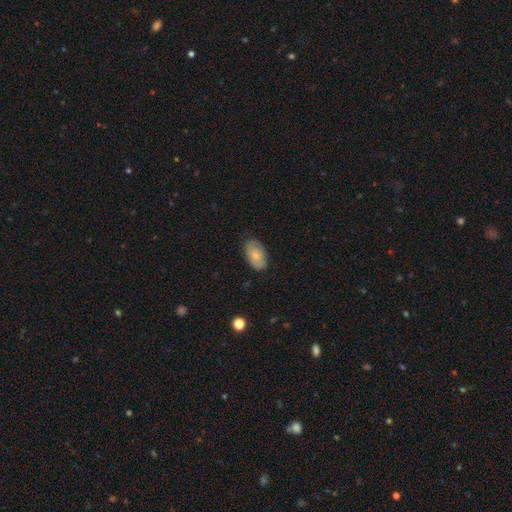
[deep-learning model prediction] smooth 73%, featured or disk 20%, star or artifact 7%. Down the decision tree: how rounded — in between (93%); merging — none (79%).